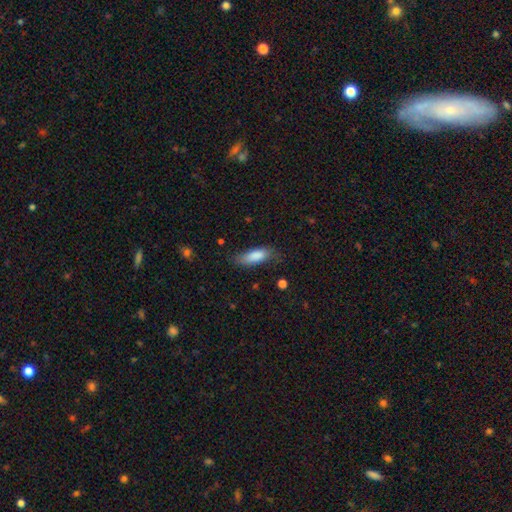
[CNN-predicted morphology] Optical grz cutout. It shows a smooth galaxy with no disk features (85%) that is in between round and cigar-shaped (67%). Merging: none (72%).